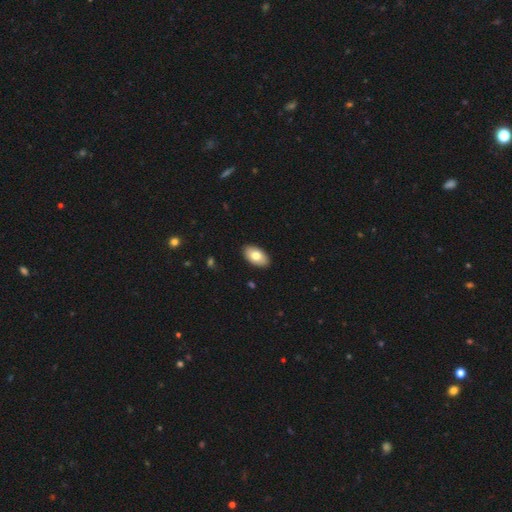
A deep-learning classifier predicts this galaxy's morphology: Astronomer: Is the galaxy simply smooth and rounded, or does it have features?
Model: smooth — 77%.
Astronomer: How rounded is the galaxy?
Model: in between — 94%.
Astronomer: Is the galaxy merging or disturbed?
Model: none — 89%.